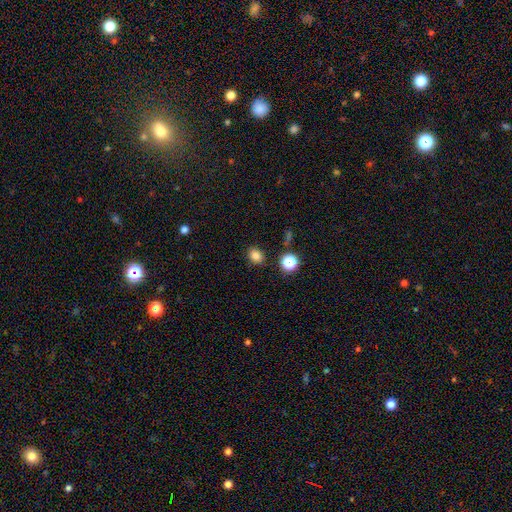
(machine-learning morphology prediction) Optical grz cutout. It shows a smooth galaxy with no disk features (81%) that is round (55%). Merging: none (85%).